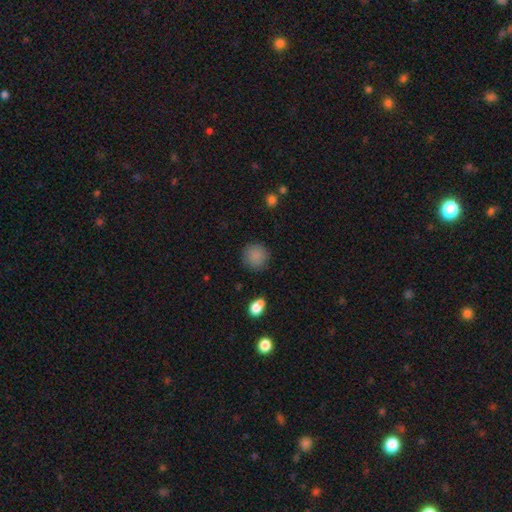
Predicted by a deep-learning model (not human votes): Overall: smooth (86%). How rounded: round (92%). Merging: none (86%).